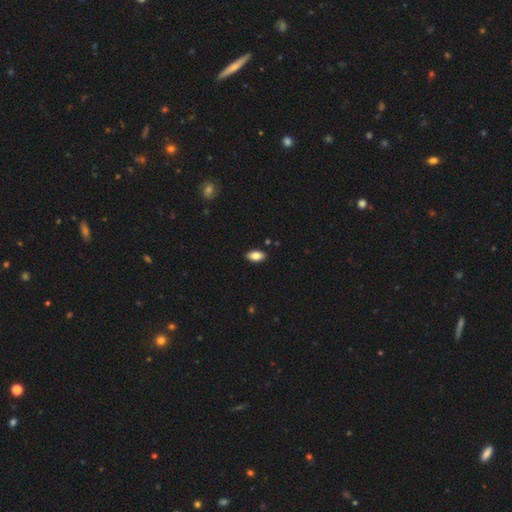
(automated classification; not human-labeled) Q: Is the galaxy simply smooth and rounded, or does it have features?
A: smooth — 83%.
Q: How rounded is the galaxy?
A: in between — 92%.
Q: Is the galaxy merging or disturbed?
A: none — 88%.